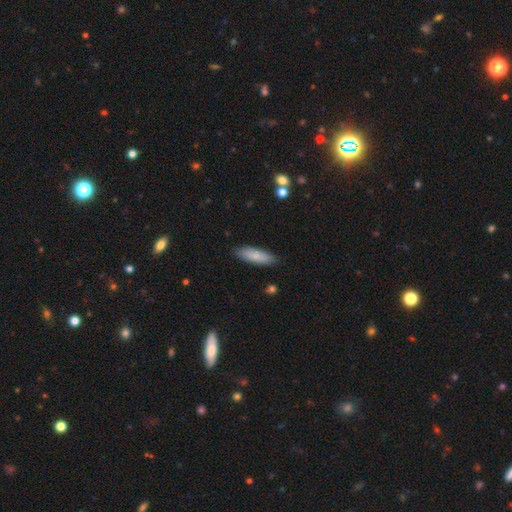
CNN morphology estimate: Smooth or featured? smooth (81%)
How rounded? in between (50%)
Merging? none (87%)